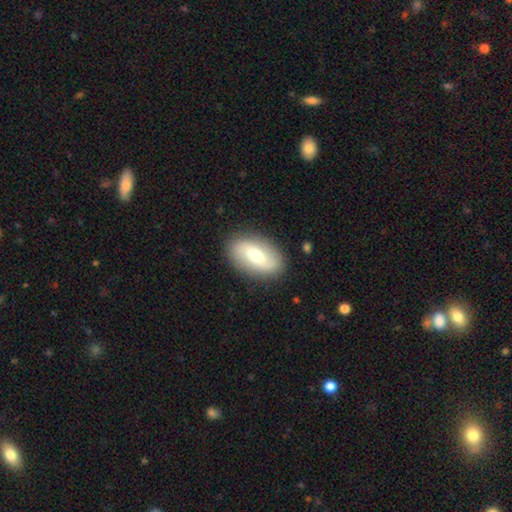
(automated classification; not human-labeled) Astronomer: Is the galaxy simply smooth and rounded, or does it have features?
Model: smooth — 49% (runner-up: featured or disk, 45%).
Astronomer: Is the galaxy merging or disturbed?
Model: none — 88%.